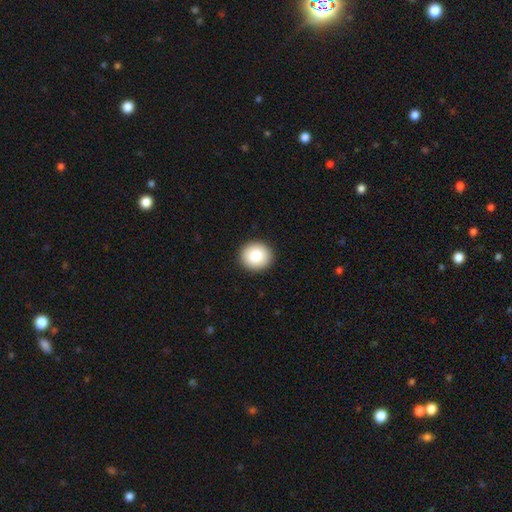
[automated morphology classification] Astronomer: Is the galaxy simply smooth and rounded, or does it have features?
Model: smooth — 86%.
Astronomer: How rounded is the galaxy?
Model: round — 90%.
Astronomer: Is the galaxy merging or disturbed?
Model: none — 93%.